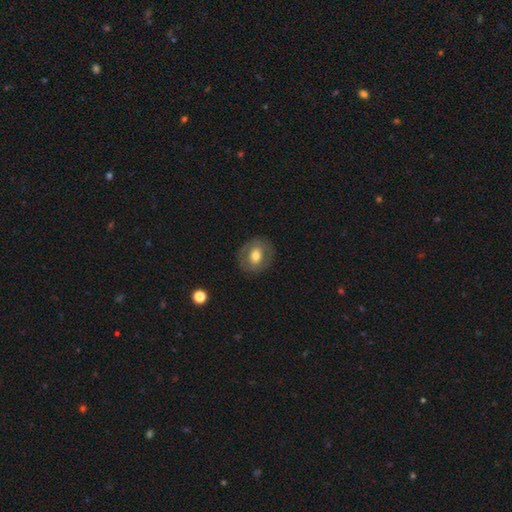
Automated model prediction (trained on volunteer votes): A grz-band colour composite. It shows a smooth galaxy with no disk features (59%) that is round (64%). Merging: none (84%).